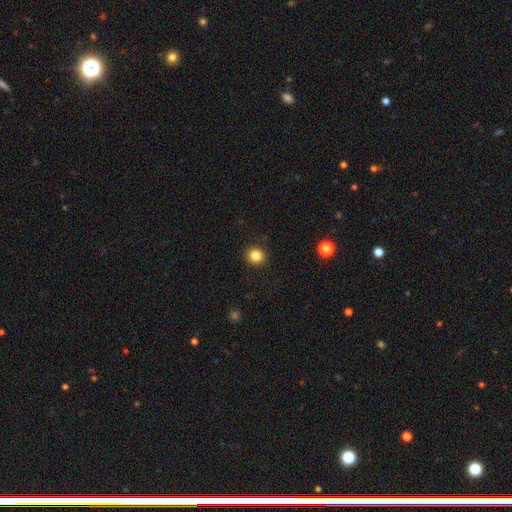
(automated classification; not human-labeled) Q: Smooth or featured?
A: smooth (83%); runner-up: star or artifact (11%)
Q: How rounded?
A: round (90%); runner-up: in between (9%)
Q: Merging?
A: none (92%); runner-up: minor disturbance (5%)